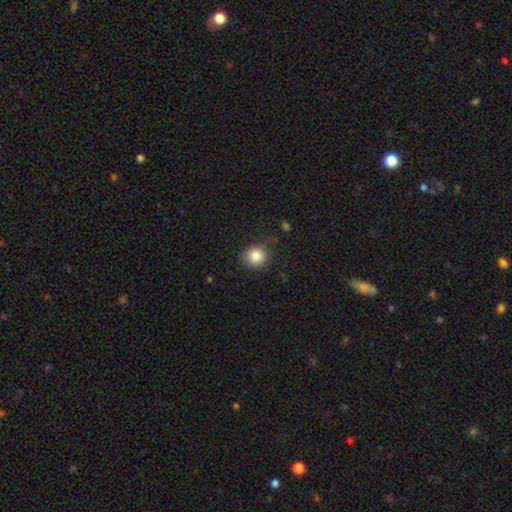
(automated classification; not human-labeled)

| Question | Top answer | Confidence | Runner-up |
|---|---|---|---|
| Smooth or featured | smooth | 84% | star or artifact (10%) |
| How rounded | round | 83% | in between (16%) |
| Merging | none | 78% | minor disturbance (16%) |